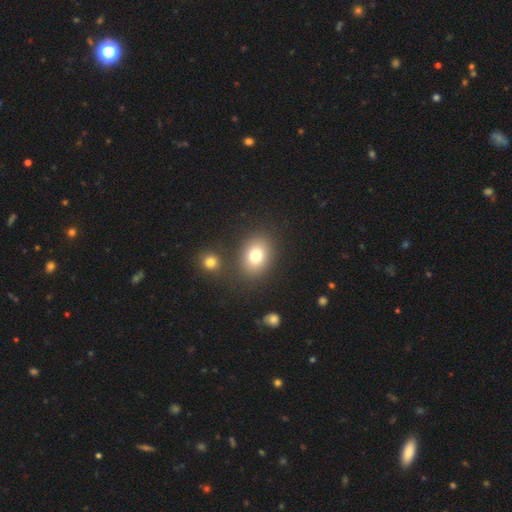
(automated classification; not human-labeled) A smooth galaxy with no disk features (77%) that is in between round and cigar-shaped (52%). Merging: none (79%).